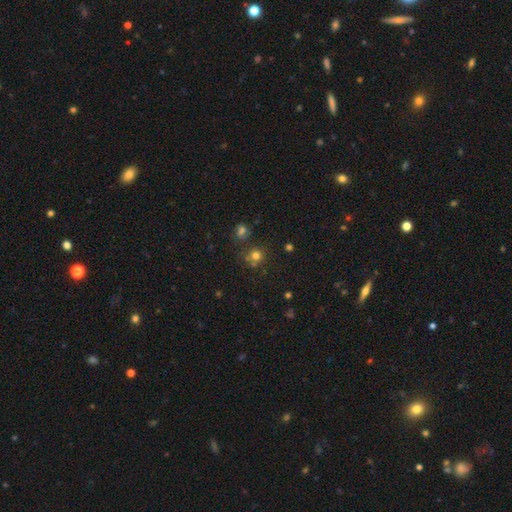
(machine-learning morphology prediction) smooth 70%, star or artifact 21%, featured or disk 9%. Down the decision tree: how rounded — round (87%); merging — none (65%).